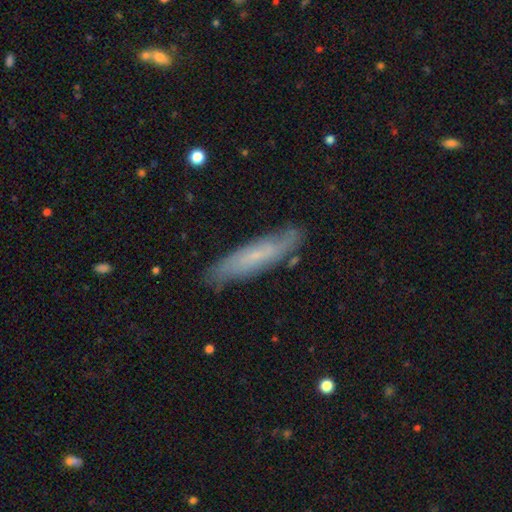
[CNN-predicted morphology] Smooth or featured: smooth — 46% (tied with featured or disk — 46%)
Merging: none — 81% (minor disturbance — 14%)